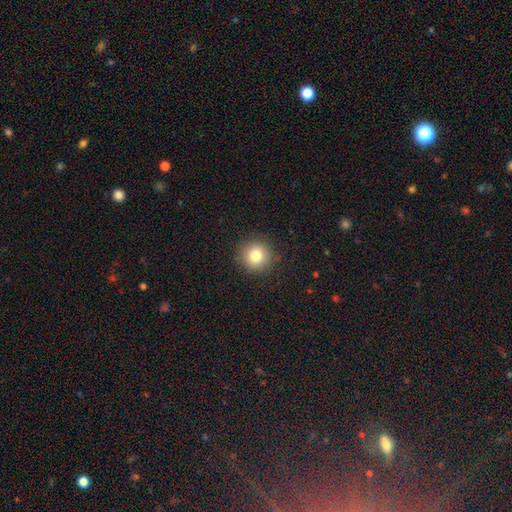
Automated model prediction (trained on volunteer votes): Smooth or featured: smooth — 81% (star or artifact — 11%)
How rounded: round — 93% (in between — 6%)
Merging: none — 90% (minor disturbance — 7%)